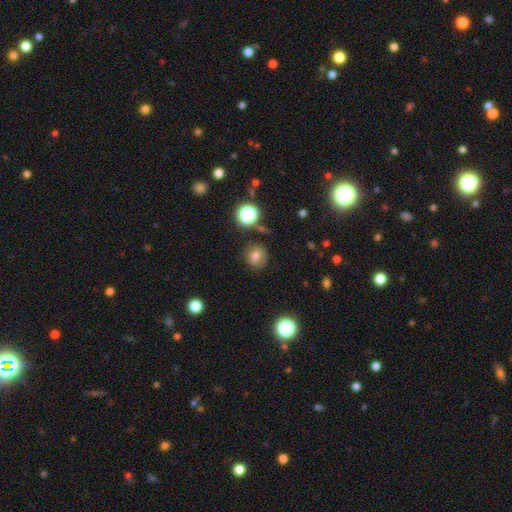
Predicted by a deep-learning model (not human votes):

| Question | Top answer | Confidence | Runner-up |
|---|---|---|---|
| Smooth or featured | smooth | 65% | featured or disk (18%) |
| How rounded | round | 84% | in between (15%) |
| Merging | none | 77% | minor disturbance (15%) |